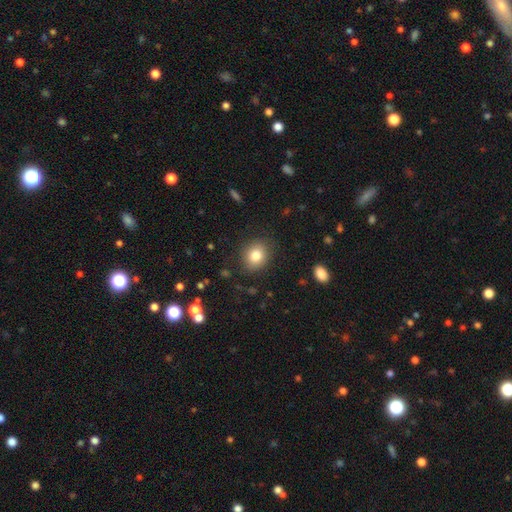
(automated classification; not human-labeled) Smooth or featured: smooth — 81% (star or artifact — 10%)
How rounded: round — 60% (in between — 39%)
Merging: none — 86% (minor disturbance — 10%)